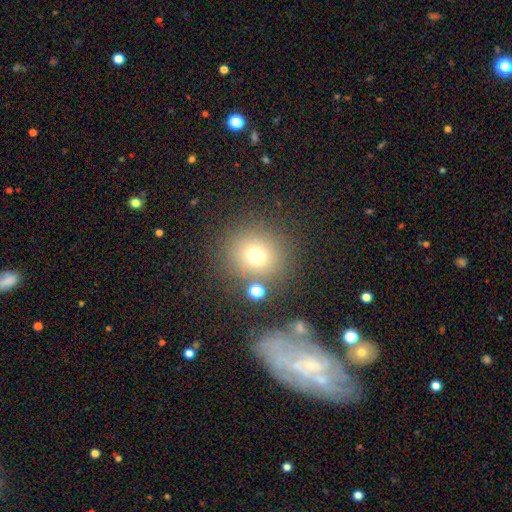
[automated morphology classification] type=smooth (71%); roundness=round (88%); merging=none (78%).